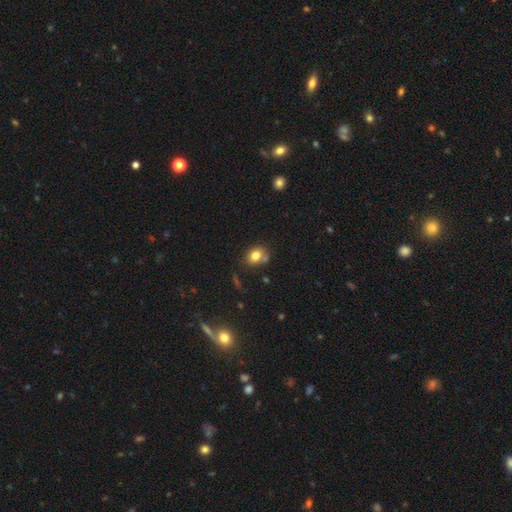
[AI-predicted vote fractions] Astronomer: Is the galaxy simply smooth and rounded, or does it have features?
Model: smooth — 79%.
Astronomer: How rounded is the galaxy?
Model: in between — 59% (runner-up: round, 40%).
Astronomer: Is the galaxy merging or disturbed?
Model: none — 62%.